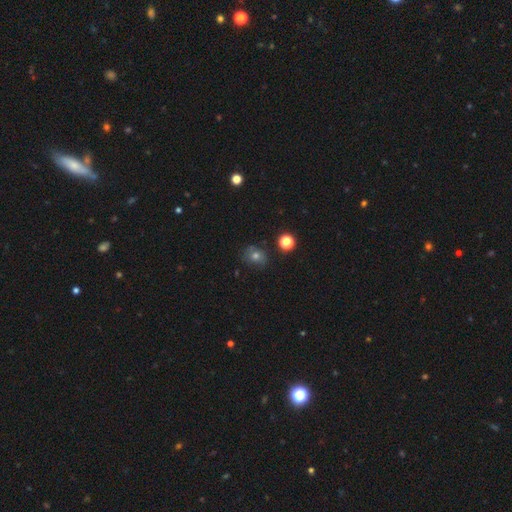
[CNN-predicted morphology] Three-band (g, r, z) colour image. It shows a smooth galaxy with no disk features (66%) that is round (62%). Merging: none (74%).